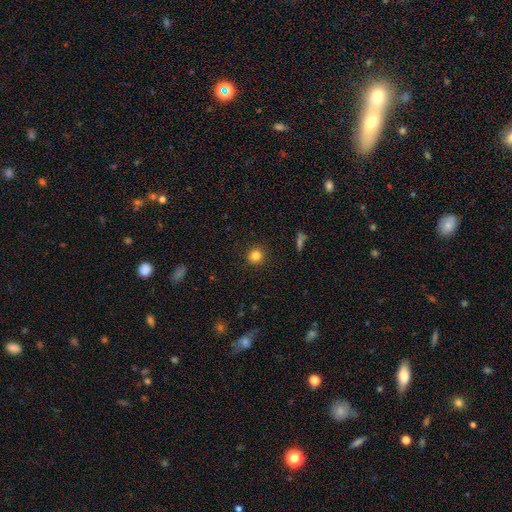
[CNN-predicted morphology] Smooth or featured? smooth (82%)
How rounded? round (93%)
Merging? none (91%)